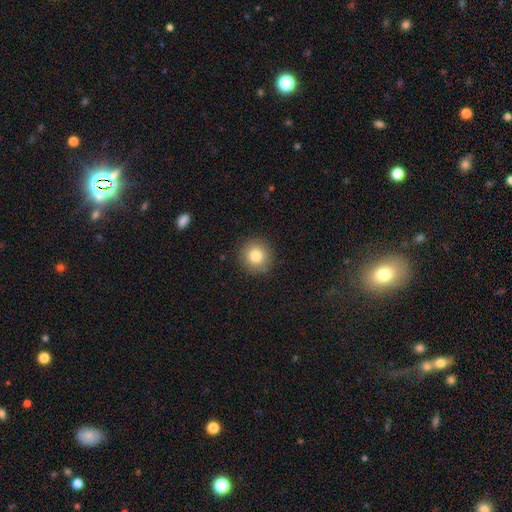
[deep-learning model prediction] Morphology: type=smooth (82%); roundness=round (93%); merging=none (90%).